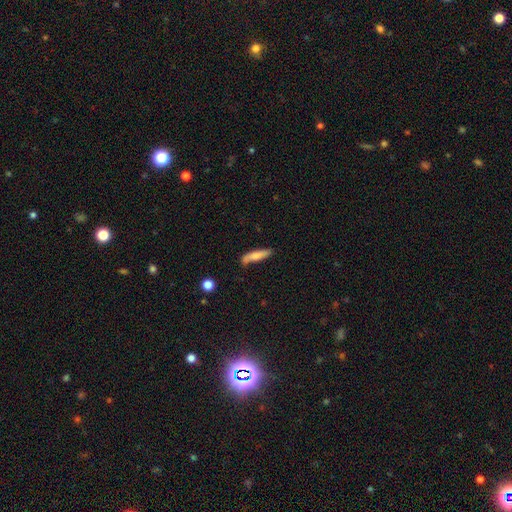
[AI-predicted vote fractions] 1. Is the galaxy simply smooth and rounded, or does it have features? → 74% smooth, 20% featured or disk, 6% star or artifact.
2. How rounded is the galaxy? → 79% cigar-shaped, 19% in between, 2% round.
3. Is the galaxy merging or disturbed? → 70% none, 22% minor disturbance, 4% major disturbance, 4% merger.